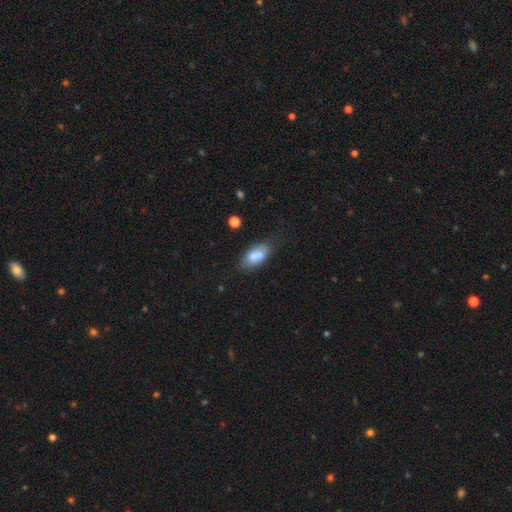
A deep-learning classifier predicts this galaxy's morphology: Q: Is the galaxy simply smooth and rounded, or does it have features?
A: smooth — 78%.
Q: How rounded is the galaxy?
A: in between — 88%.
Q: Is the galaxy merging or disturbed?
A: none — 56%.